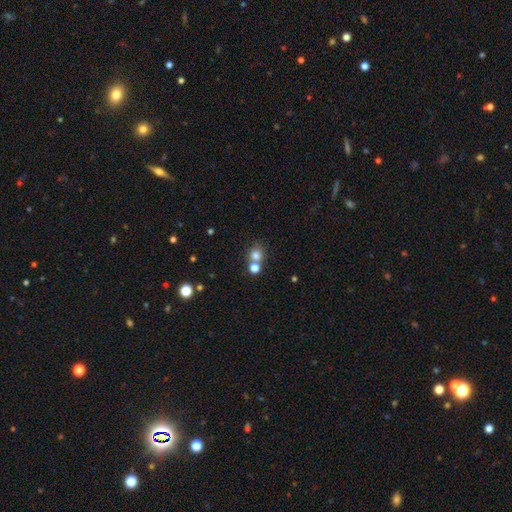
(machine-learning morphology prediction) type=smooth (76%); roundness=round (86%); merging=none (57%).